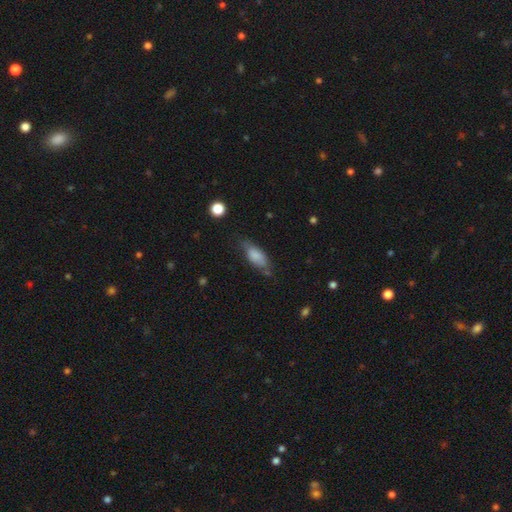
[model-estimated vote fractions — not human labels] Smooth or featured? smooth (77%)
How rounded? in between (79%)
Merging? none (55%)